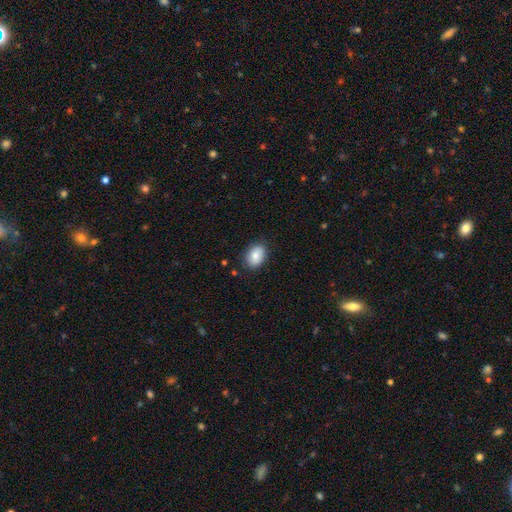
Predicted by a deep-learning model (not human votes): The model was most divided on "how rounded": in between: 79%, round: 20%, cigar-shaped: 1%. More confident: merging — none (84%); smooth or featured — smooth (81%).